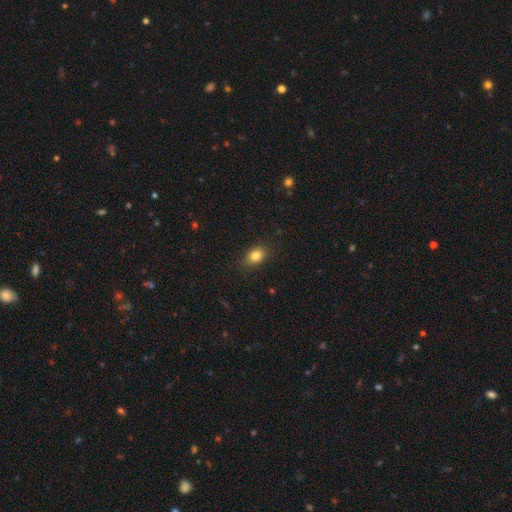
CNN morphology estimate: Overall: smooth (84%). How rounded: in between (76%). Merging: none (86%).